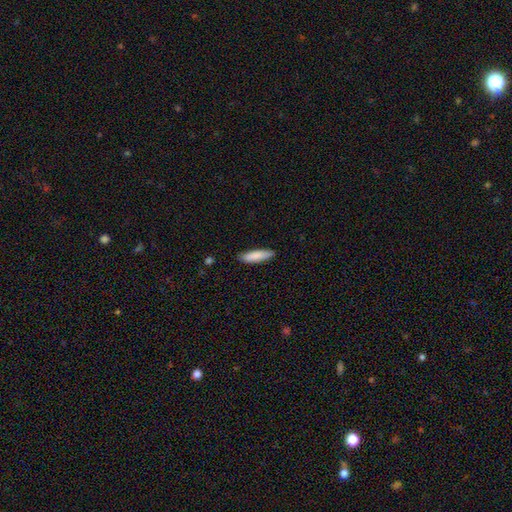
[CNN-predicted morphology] Overall: smooth (86%). How rounded: cigar-shaped (70%). Merging: none (87%).